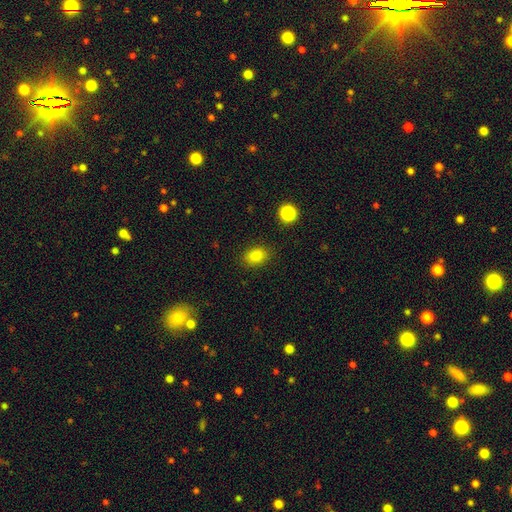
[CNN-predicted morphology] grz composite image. It shows a smooth galaxy with no disk features (84%) that is in between round and cigar-shaped (74%). Merging: none (85%).